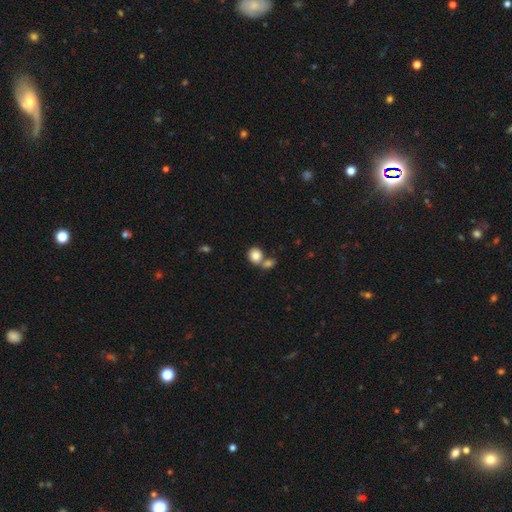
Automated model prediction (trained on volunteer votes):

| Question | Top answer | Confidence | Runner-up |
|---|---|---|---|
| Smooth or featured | smooth | 84% | star or artifact (9%) |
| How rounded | round | 69% | in between (29%) |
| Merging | merger | 45% | none (43%) |